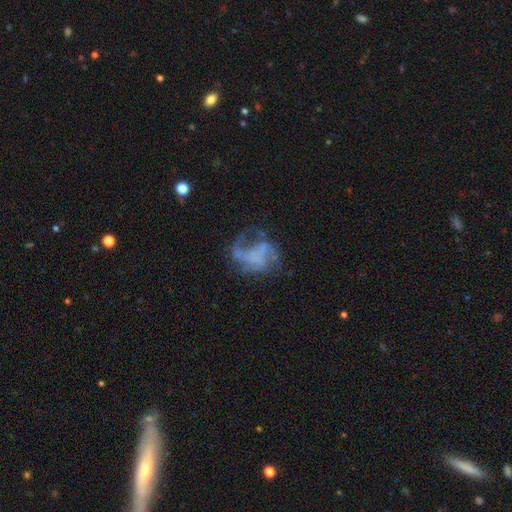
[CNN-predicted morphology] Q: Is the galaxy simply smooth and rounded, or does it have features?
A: featured or disk — 67%.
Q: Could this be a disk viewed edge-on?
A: no — 98%.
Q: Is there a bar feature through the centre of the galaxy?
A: no — 74%.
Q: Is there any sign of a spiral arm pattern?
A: yes — 56%.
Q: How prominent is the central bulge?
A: none — 81%.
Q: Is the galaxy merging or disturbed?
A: major disturbance — 41%.